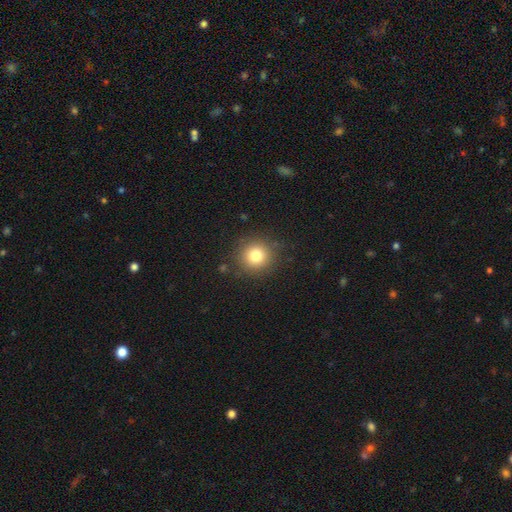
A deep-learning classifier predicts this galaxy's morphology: This is likely a smooth galaxy (79%). How rounded: clearly round (93%). Merging: clearly none (88%).